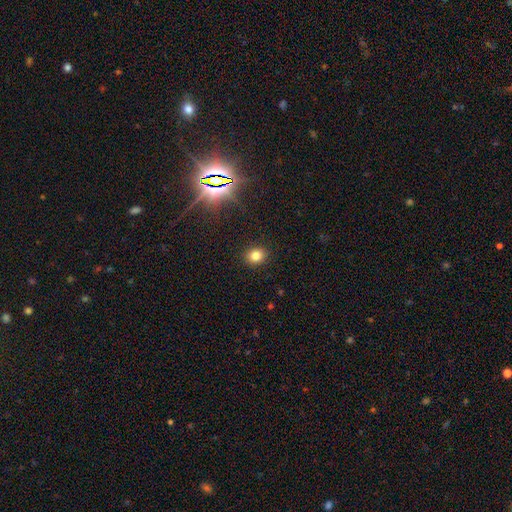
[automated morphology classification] smooth-or-featured: smooth: 80% | star or artifact: 14% | featured or disk: 6%
  how-rounded: round: 62% | in between: 37% | cigar-shaped: 1%
  merging: none: 90% | minor disturbance: 6% | major disturbance: 2% | merger: 1%